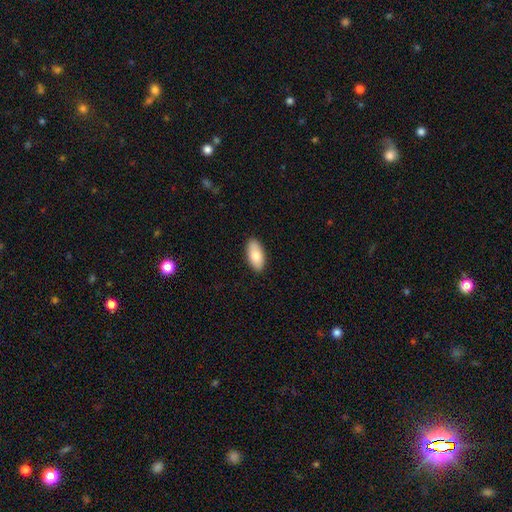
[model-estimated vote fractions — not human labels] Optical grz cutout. It shows a smooth galaxy with no disk features (80%) that is in between round and cigar-shaped (92%). Merging: none (89%).